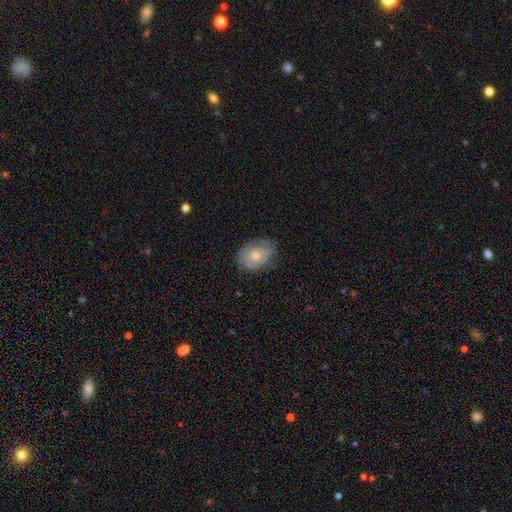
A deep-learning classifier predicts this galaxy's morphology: A smooth galaxy with no disk features (49%).

Vote fractions:
- Smooth or featured? smooth: 49% / featured or disk: 44% / star or artifact: 7%
- Merging? none: 70% / minor disturbance: 22% / major disturbance: 7% / merger: 1%